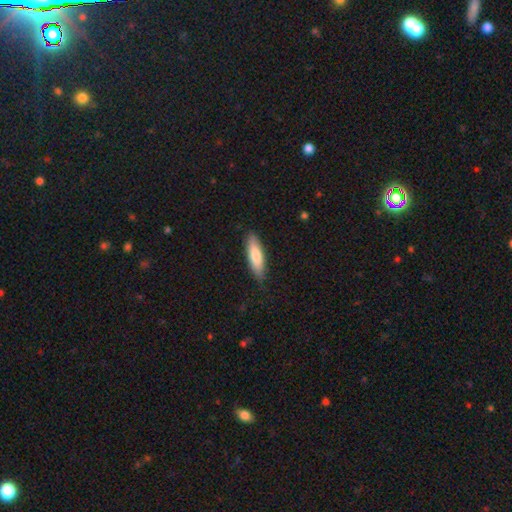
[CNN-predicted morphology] The model was most divided on "how rounded": cigar-shaped: 55%, in between: 43%, round: 2%. More confident: merging — none (84%); smooth or featured — smooth (78%).